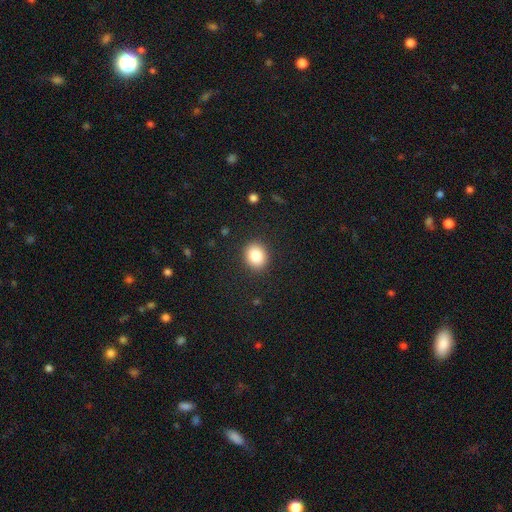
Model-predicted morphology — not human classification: smooth_or_featured: smooth (p=0.85) [alt: star or artifact p=0.09]
how_rounded: round (p=0.65) [alt: in between p=0.35]
merging: none (p=0.90) [alt: minor disturbance p=0.07]